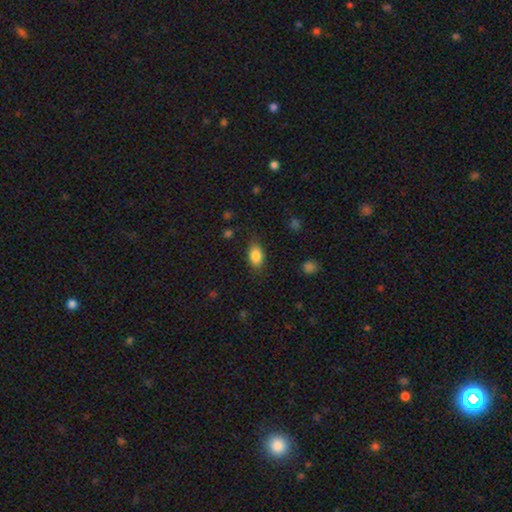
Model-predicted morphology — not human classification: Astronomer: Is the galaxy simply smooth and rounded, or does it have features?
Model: smooth — 85%.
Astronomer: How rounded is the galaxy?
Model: in between — 87%.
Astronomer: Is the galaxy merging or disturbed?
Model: none — 81%.